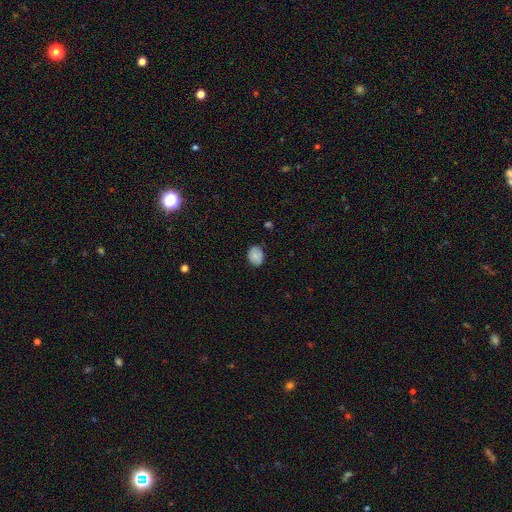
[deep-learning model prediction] Overall: smooth (79%). How rounded: in between (53%; round 46%). Merging: none (77%).